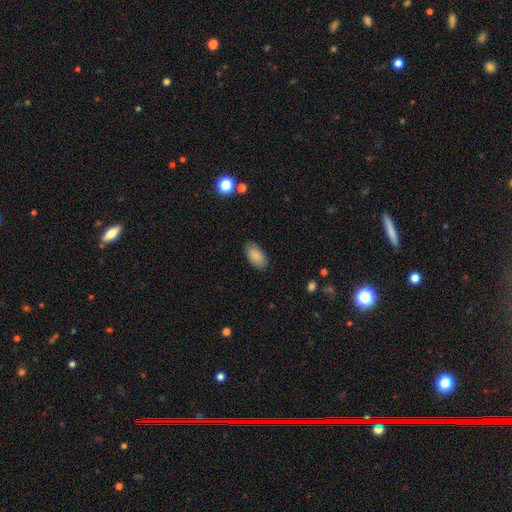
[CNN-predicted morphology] Smooth or featured? smooth (87%)
How rounded? in between (94%)
Merging? none (87%)